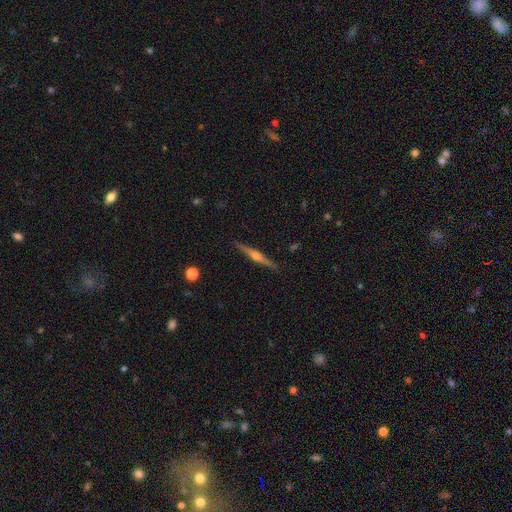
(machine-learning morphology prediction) A featured or disk galaxy (79%) viewed edge-on (98%) with a rounded central bulge (87%).

Vote fractions:
- Smooth or featured? featured or disk: 79% / smooth: 15% / star or artifact: 6%
- Edge-on disk? yes: 98% / no: 2%
- Edge-on bulge? rounded: 87% / boxy: 8% / none: 4%
- Merging? none: 91% / minor disturbance: 7% / major disturbance: 1% / merger: 1%